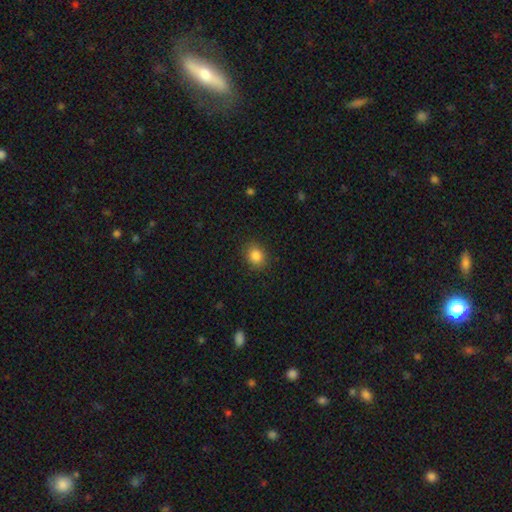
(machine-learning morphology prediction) Smooth or featured? Predicted: smooth (p=0.85). How rounded? Predicted: round (p=0.58). Merging? Predicted: none (p=0.88).